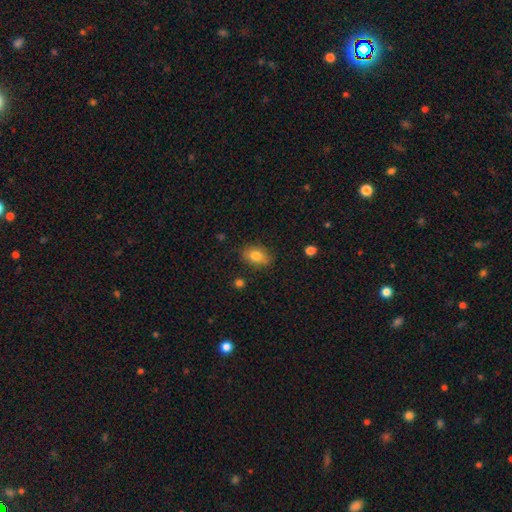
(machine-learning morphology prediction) A smooth galaxy with no disk features (81%) that is in between round and cigar-shaped (78%).

Vote fractions:
- Smooth or featured? smooth: 81% / featured or disk: 10% / star or artifact: 9%
- How rounded? in between: 78% / round: 20% / cigar-shaped: 2%
- Merging? none: 82% / minor disturbance: 14% / major disturbance: 3% / merger: 2%